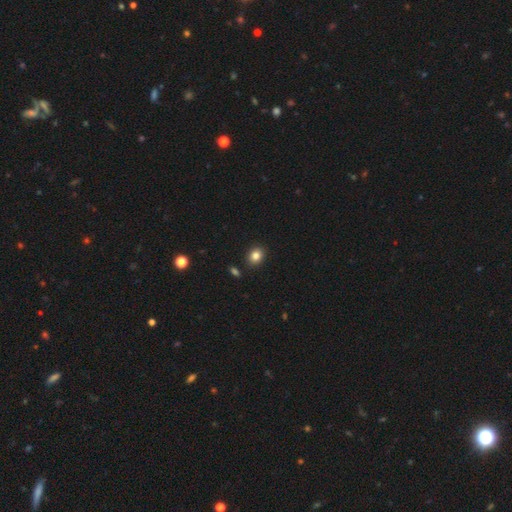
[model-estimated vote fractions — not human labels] Q: Smooth or featured?
A: smooth (84%); runner-up: star or artifact (11%)
Q: How rounded?
A: round (61%); runner-up: in between (38%)
Q: Merging?
A: none (88%); runner-up: minor disturbance (7%)